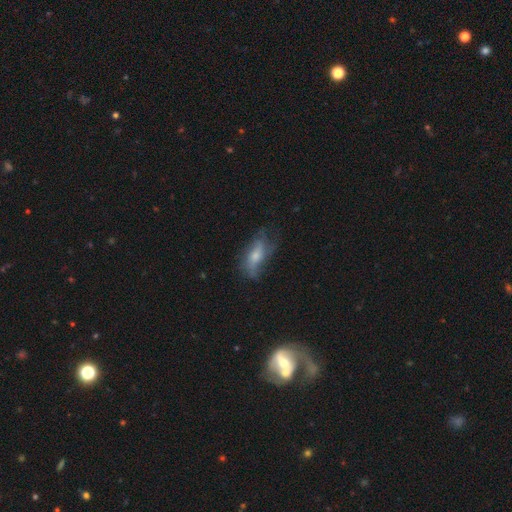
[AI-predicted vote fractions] This is possibly a smooth galaxy (52%). How rounded: likely in between (74%). Merging: possibly none (50%).